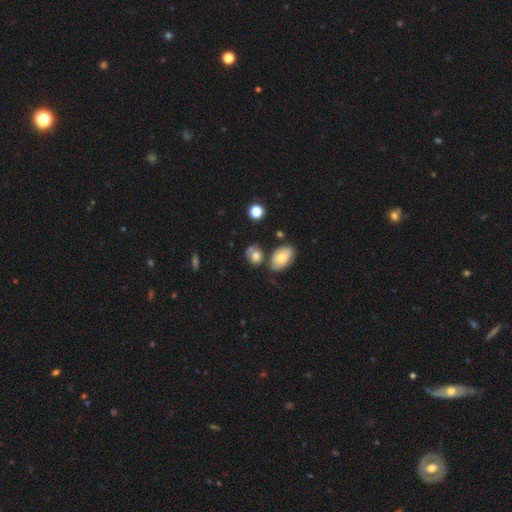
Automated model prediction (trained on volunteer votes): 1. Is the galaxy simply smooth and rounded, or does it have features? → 72% smooth, 17% featured or disk, 11% star or artifact.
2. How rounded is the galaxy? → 52% in between, 46% round, 2% cigar-shaped.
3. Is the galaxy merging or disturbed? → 48% none, 22% merger, 20% minor disturbance, 10% major disturbance.